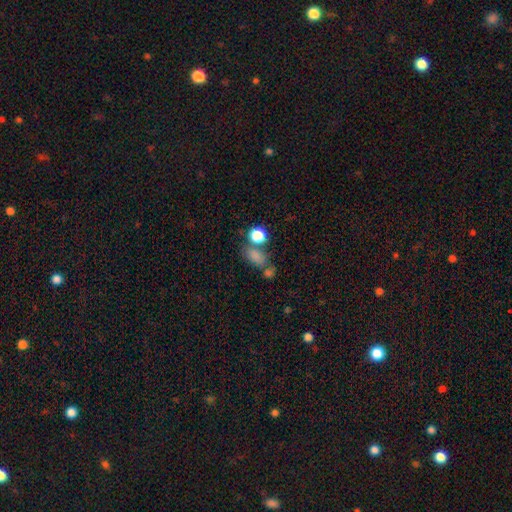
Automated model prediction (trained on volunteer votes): Smooth or featured?
  - smooth: 76% *
  - star or artifact: 16%
  - featured or disk: 8%
How rounded?
  - in between: 73% *
  - round: 23%
  - cigar-shaped: 4%
Merging?
  - none: 52% *
  - merger: 27%
  - minor disturbance: 14%
  - major disturbance: 8%